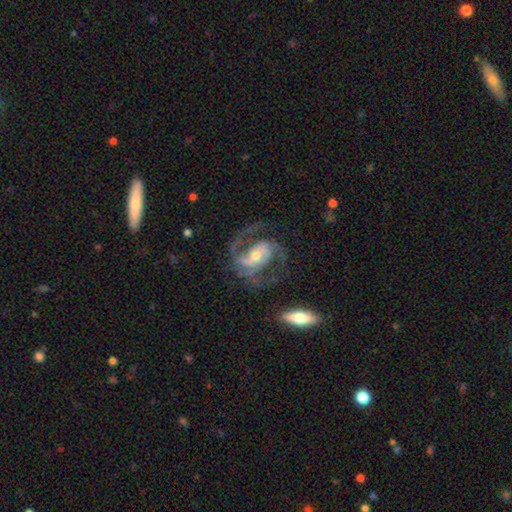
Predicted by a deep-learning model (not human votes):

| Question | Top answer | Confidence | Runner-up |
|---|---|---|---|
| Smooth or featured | featured or disk | 90% | smooth (5%) |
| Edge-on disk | no | 97% | yes (3%) |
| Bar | weak | 40% | no (37%) |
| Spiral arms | yes | 97% | no (3%) |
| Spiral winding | medium | 58% | loose (21%) |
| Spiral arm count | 2 | 74% | 3 (13%) |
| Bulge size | moderate | 55% | small (37%) |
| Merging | none | 63% | major disturbance (18%) |